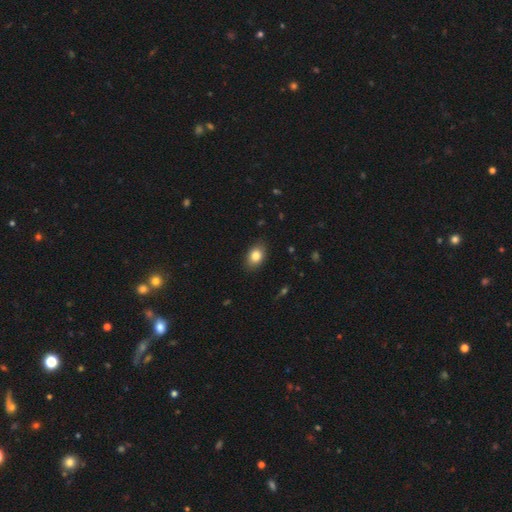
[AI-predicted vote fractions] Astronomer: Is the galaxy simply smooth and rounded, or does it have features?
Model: smooth — 83%.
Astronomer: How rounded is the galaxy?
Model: in between — 77%.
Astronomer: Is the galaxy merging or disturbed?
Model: none — 86%.